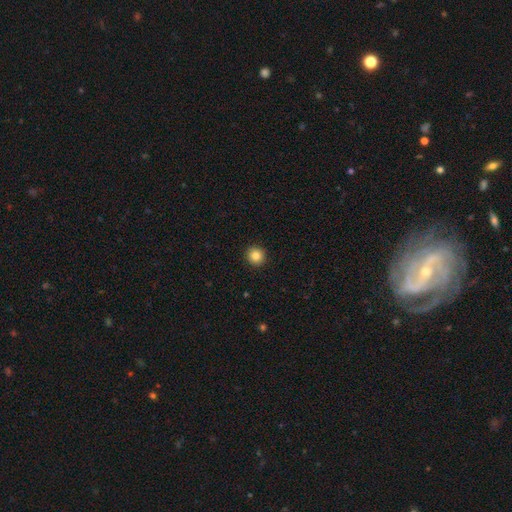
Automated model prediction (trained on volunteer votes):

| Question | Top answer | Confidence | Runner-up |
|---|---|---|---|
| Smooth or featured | smooth | 85% | star or artifact (10%) |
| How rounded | round | 94% | in between (5%) |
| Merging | none | 93% | minor disturbance (5%) |